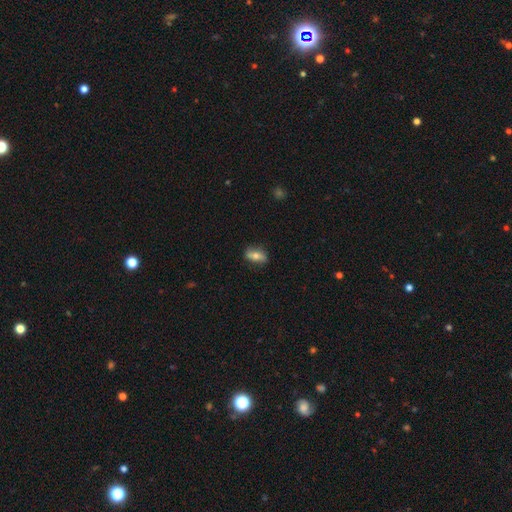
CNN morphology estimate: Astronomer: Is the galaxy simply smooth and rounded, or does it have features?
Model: smooth — 65%.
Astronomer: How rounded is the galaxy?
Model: in between — 82%.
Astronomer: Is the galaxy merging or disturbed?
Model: none — 81%.